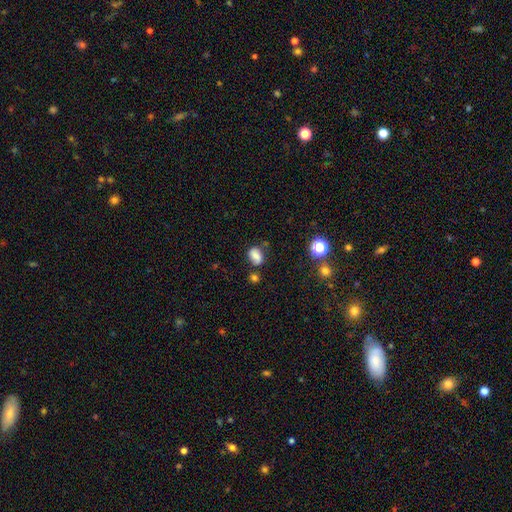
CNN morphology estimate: Smooth or featured? Predicted: smooth (p=0.71). How rounded? Predicted: in between (p=0.71). Merging? Predicted: none (p=0.58).